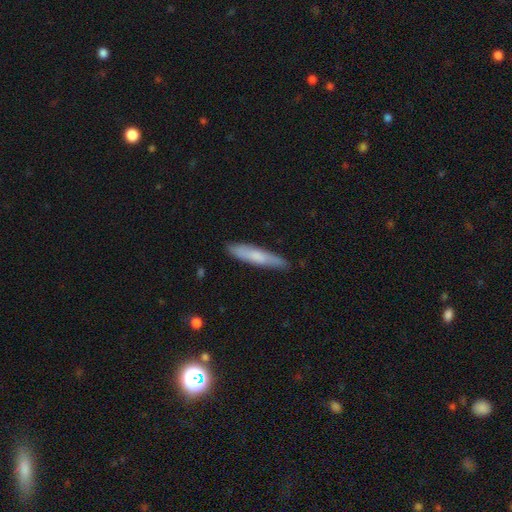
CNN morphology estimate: smooth 69%, featured or disk 26%, star or artifact 5%. Down the decision tree: how rounded — cigar-shaped (90%); merging — none (86%).